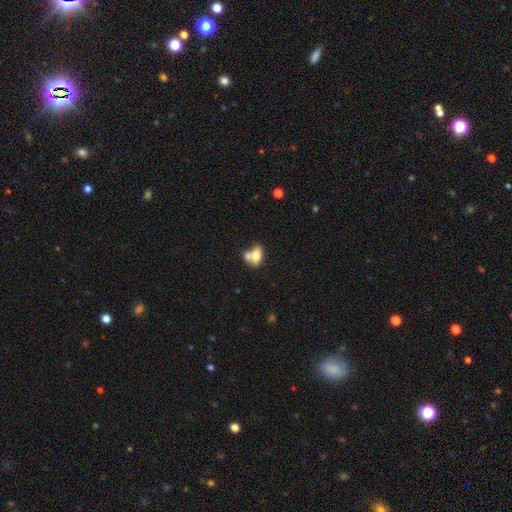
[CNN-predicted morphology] Smooth or featured: smooth — 70% (featured or disk — 22%)
How rounded: in between — 80% (round — 17%)
Merging: merger — 55% (none — 29%)